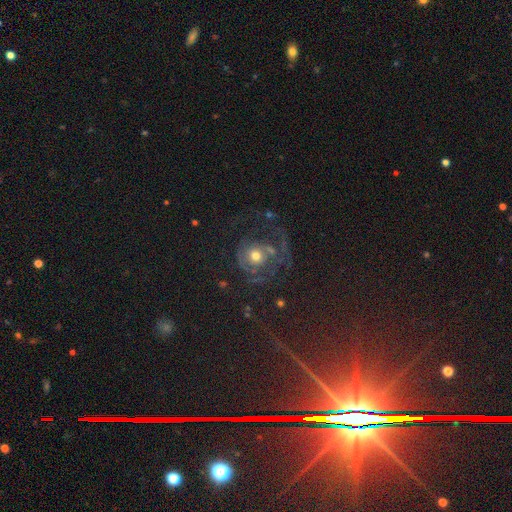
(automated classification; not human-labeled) Smooth or featured: featured or disk — 64% (smooth — 24%)
Edge-on disk: no — 97% (yes — 3%)
Bar: no — 83% (weak — 13%)
Spiral arms: yes — 73% (no — 27%)
Bulge size: moderate — 65% (small — 24%)
Merging: none — 43% (major disturbance — 33%)